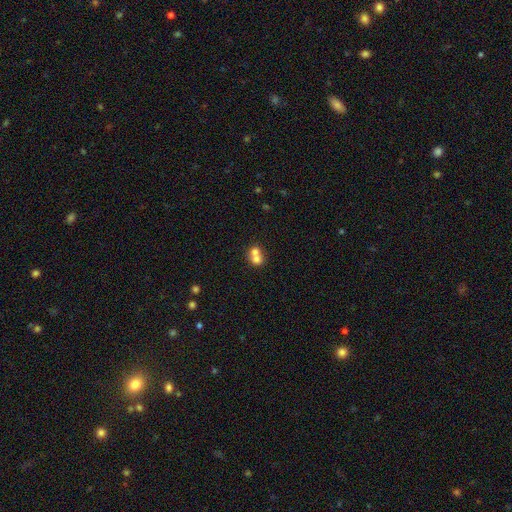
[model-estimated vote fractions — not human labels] A smooth galaxy with no disk features (69%) that is round (69%). Merging: merger (69%).